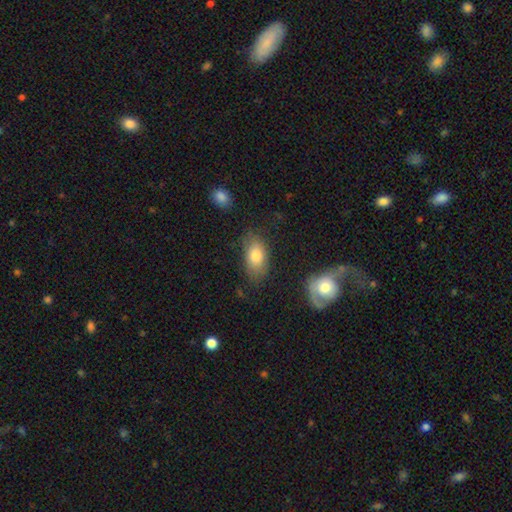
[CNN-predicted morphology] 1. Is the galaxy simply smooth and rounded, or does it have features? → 79% smooth, 13% featured or disk, 8% star or artifact.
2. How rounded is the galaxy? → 90% in between, 7% round, 3% cigar-shaped.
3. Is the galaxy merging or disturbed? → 73% none, 19% minor disturbance, 5% major disturbance, 3% merger.